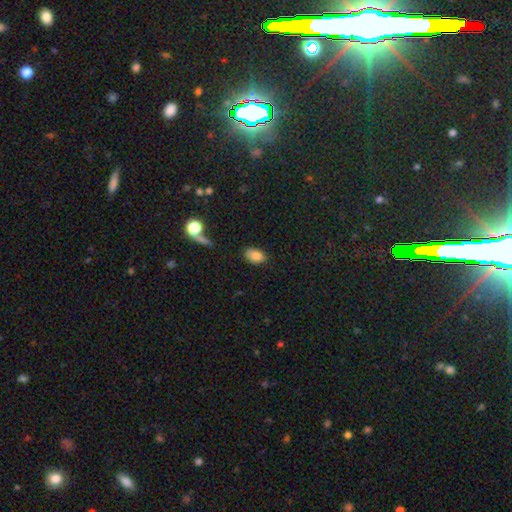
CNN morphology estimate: Smooth or featured? smooth (82%)
How rounded? in between (88%)
Merging? none (75%)